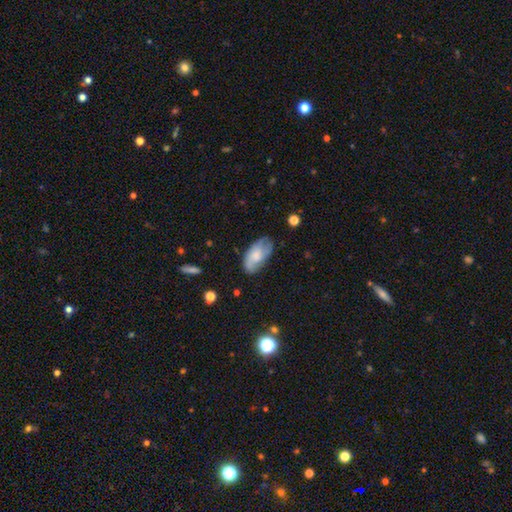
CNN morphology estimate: A smooth galaxy with no disk features (55%) that is in between round and cigar-shaped (93%).

Vote fractions:
- Smooth or featured? smooth: 55% / featured or disk: 39% / star or artifact: 7%
- How rounded? in between: 93% / cigar-shaped: 4% / round: 3%
- Merging? none: 63% / minor disturbance: 27% / major disturbance: 8% / merger: 2%